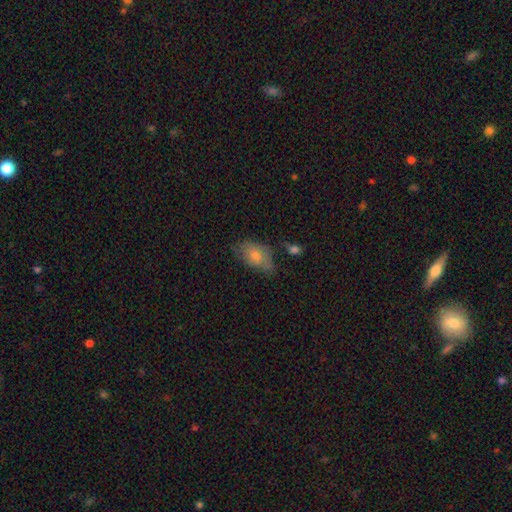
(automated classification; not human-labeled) A smooth galaxy with no disk features (68%) that is in between round and cigar-shaped (88%).

Vote fractions:
- Smooth or featured? smooth: 68% / featured or disk: 22% / star or artifact: 9%
- How rounded? in between: 88% / round: 9% / cigar-shaped: 3%
- Merging? none: 57% / minor disturbance: 30% / major disturbance: 9% / merger: 5%